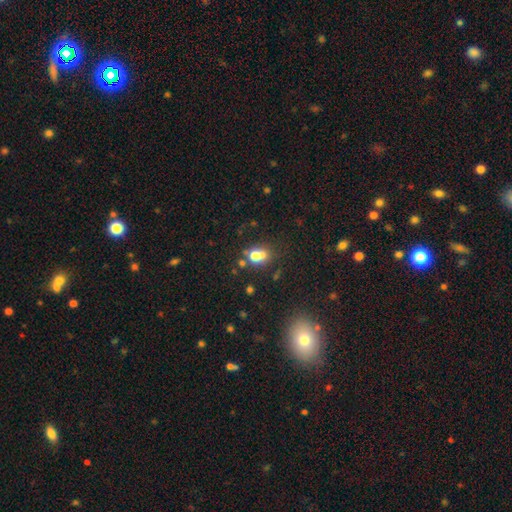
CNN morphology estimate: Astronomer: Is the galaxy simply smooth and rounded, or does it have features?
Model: smooth — 67%.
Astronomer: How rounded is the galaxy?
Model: round — 50% (runner-up: in between, 49%).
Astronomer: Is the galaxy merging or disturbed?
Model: none — 44% (runner-up: merger, 35%).